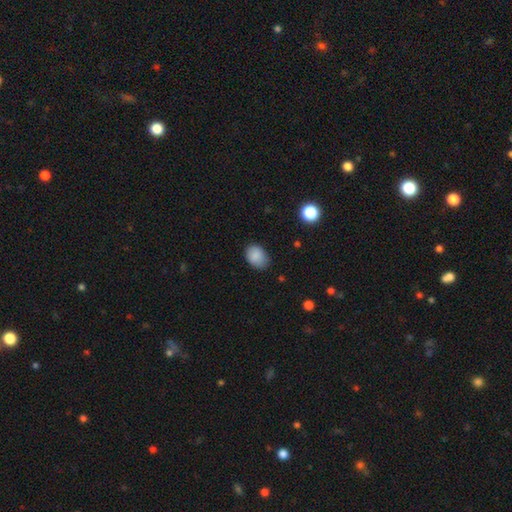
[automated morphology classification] The model was most divided on "how rounded": in between: 71%, round: 28%, cigar-shaped: 1%. More confident: smooth or featured — smooth (87%); merging — none (73%).